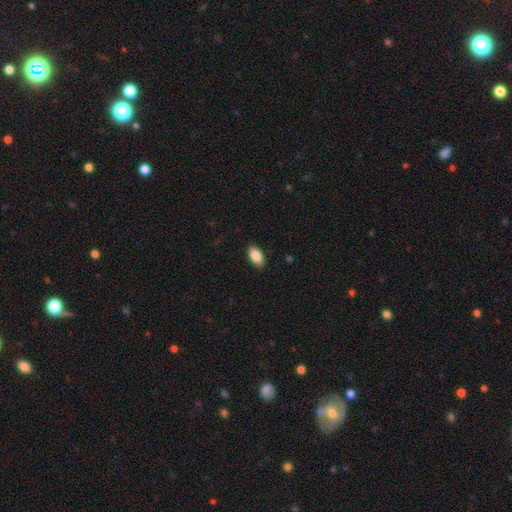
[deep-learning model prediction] This appears to be a smooth galaxy with no disk features (88%) that is in between round and cigar-shaped (94%). Merging: none (89%).